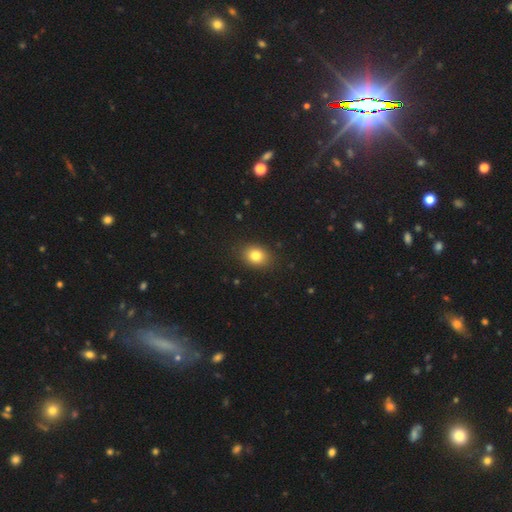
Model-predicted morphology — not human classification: smooth_or_featured: smooth (p=0.81) [alt: star or artifact p=0.11]
how_rounded: in between (p=0.55) [alt: round p=0.44]
merging: none (p=0.88) [alt: minor disturbance p=0.08]